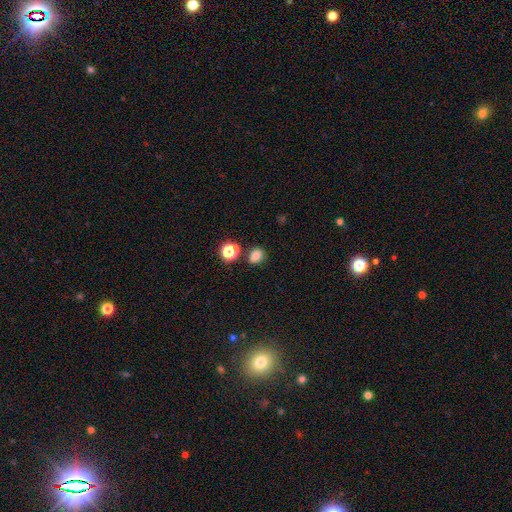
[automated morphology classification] A smooth galaxy with no disk features (78%) that is round (60%). Merging: none (74%).